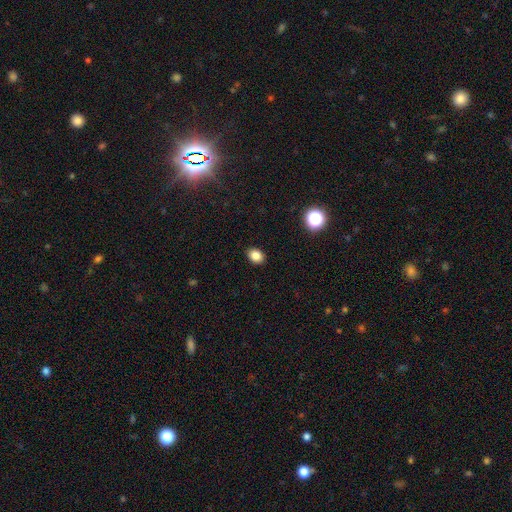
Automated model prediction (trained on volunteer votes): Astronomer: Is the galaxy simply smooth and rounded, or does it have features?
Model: smooth — 84%.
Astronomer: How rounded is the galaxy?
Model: in between — 64%.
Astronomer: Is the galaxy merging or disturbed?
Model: none — 90%.